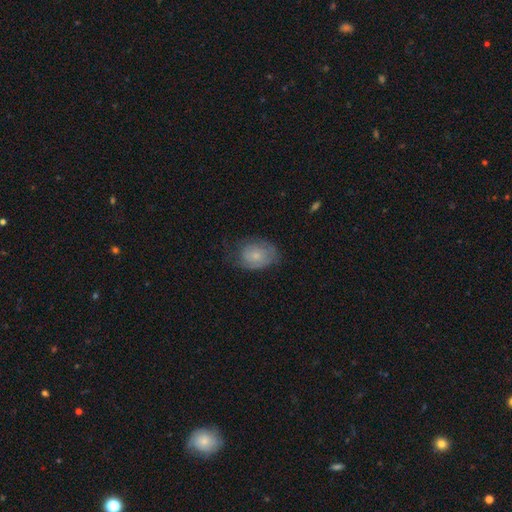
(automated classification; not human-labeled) Smooth or featured?
  - smooth: 59% *
  - featured or disk: 33%
  - star or artifact: 8%
How rounded?
  - in between: 70% *
  - round: 29%
  - cigar-shaped: 1%
Merging?
  - none: 53% *
  - minor disturbance: 30%
  - major disturbance: 15%
  - merger: 1%